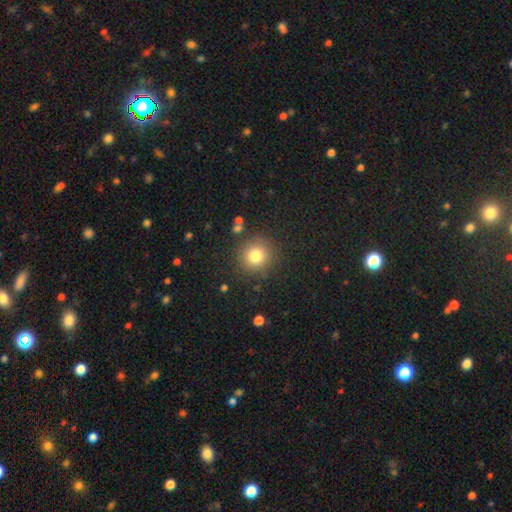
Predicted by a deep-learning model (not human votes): Smooth or featured: smooth — 80% (star or artifact — 12%)
How rounded: round — 93% (in between — 7%)
Merging: none — 86% (minor disturbance — 8%)